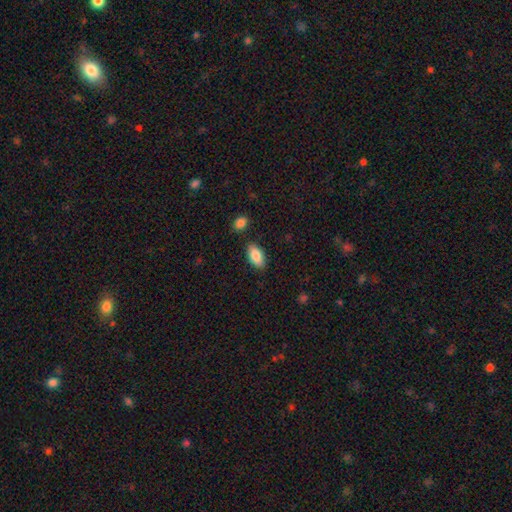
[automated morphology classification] This is clearly a smooth galaxy (85%). How rounded: clearly in between (93%). Merging: clearly none (85%).